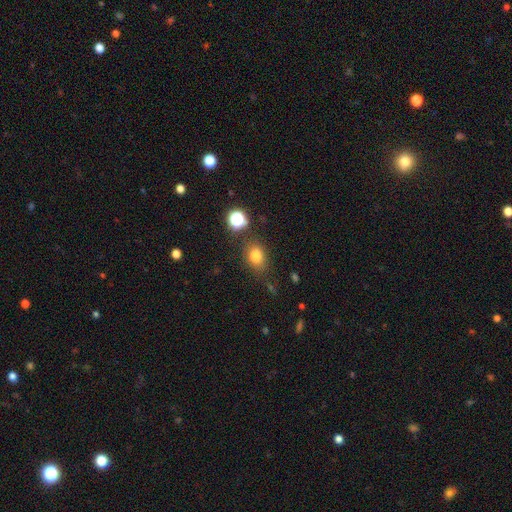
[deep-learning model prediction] This is likely a smooth galaxy (78%). How rounded: possibly in between (50%). Merging: likely none (77%).